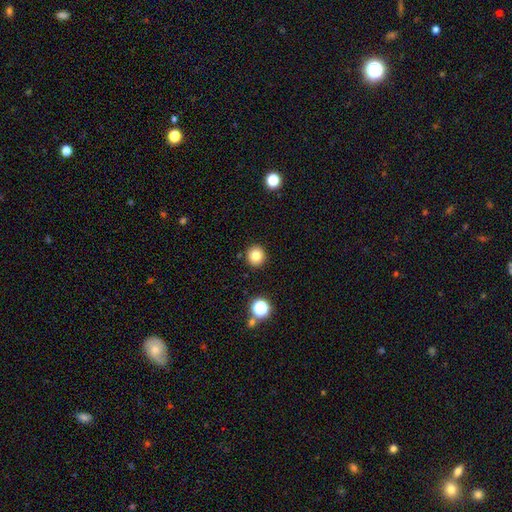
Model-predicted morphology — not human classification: Smooth or featured?
  - smooth: 81% *
  - star or artifact: 12%
  - featured or disk: 7%
How rounded?
  - round: 93% *
  - in between: 6%
  - cigar-shaped: 1%
Merging?
  - none: 91% *
  - minor disturbance: 5%
  - merger: 2%
  - major disturbance: 2%